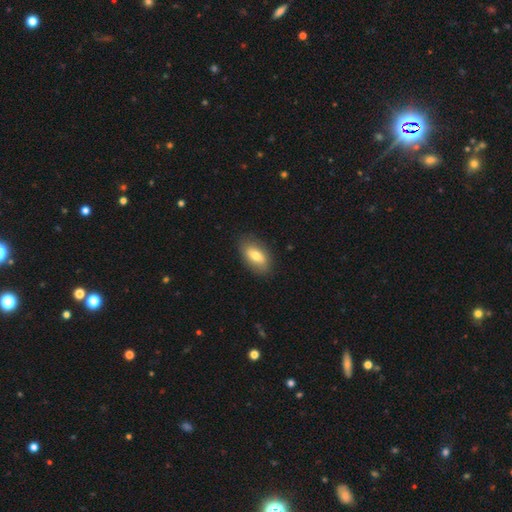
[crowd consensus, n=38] This is likely a smooth galaxy (71%). How rounded: clearly in between (89%). Merging: clearly none (86%).